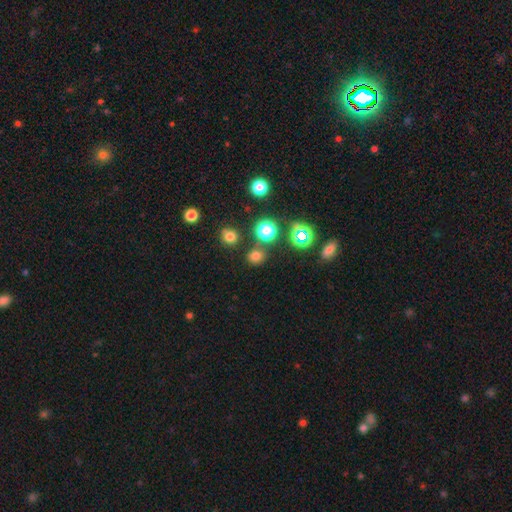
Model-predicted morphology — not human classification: The model was most divided on "smooth or featured": smooth: 66%, star or artifact: 28%, featured or disk: 6%. More confident: merging — none (77%); how rounded — round (74%).